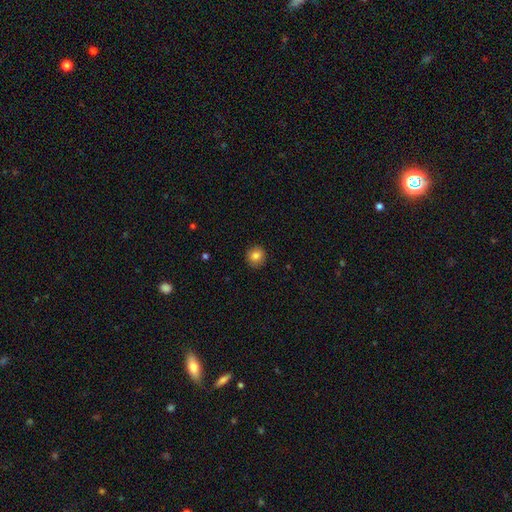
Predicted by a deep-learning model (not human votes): A smooth galaxy with no disk features (83%) that is round (92%).

Vote fractions:
- Smooth or featured? smooth: 83% / star or artifact: 10% / featured or disk: 7%
- How rounded? round: 92% / in between: 7% / cigar-shaped: 1%
- Merging? none: 91% / minor disturbance: 6% / major disturbance: 2% / merger: 1%